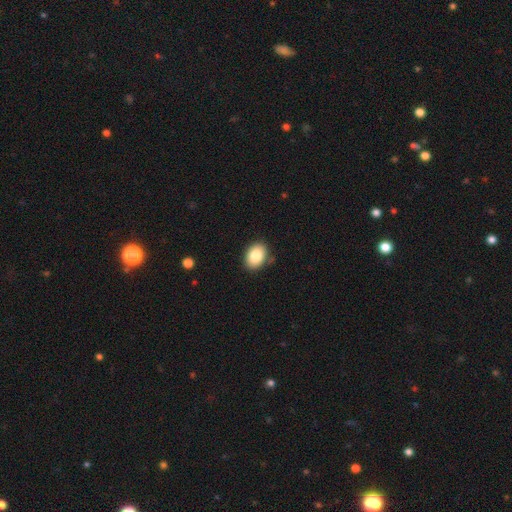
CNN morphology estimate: smooth_or_featured: smooth (p=0.84) [alt: featured or disk p=0.08]
how_rounded: in between (p=0.77) [alt: round p=0.23]
merging: none (p=0.86) [alt: minor disturbance p=0.10]